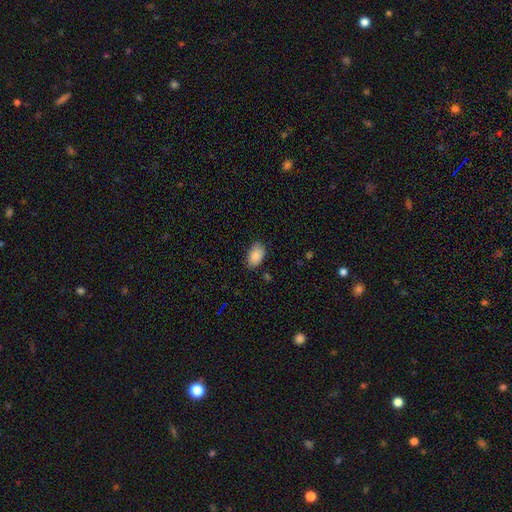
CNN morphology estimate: Smooth or featured: smooth — 87% (star or artifact — 7%)
How rounded: in between — 91% (round — 8%)
Merging: none — 77% (minor disturbance — 18%)